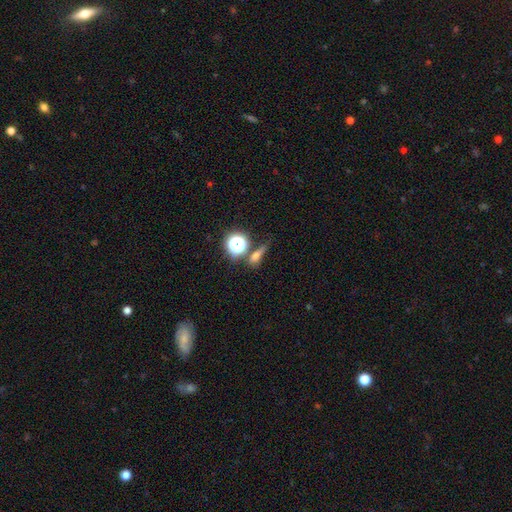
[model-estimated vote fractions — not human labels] The model was most divided on "how rounded": in between: 40%, round: 33%, cigar-shaped: 28%. More confident: merging — none (59%); smooth or featured — smooth (56%).